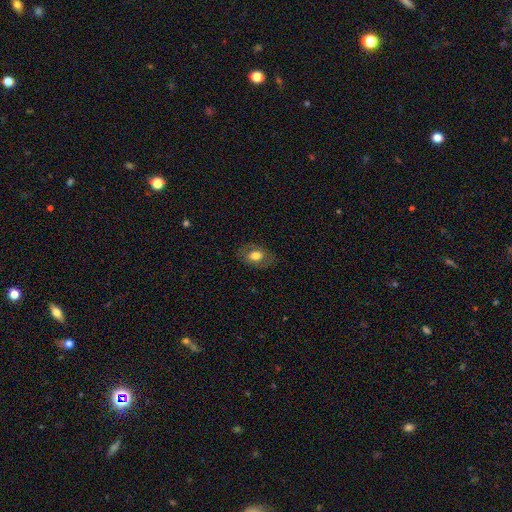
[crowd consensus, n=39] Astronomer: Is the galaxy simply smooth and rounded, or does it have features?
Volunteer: smooth — 79%.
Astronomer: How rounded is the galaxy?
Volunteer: in between — 74%.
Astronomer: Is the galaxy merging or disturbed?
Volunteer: none — 87%.